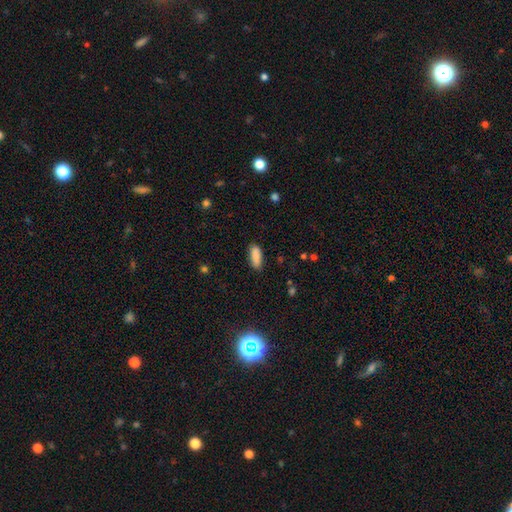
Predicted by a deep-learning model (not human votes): smooth 88%, star or artifact 7%, featured or disk 5%. Down the decision tree: how rounded — in between (74%); merging — none (84%).